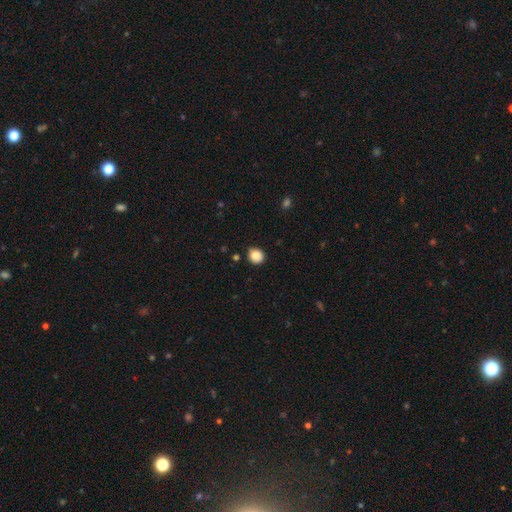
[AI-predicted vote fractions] smooth_or_featured: smooth (p=0.85) [alt: star or artifact p=0.10]
how_rounded: round (p=0.81) [alt: in between p=0.18]
merging: none (p=0.83) [alt: minor disturbance p=0.13]